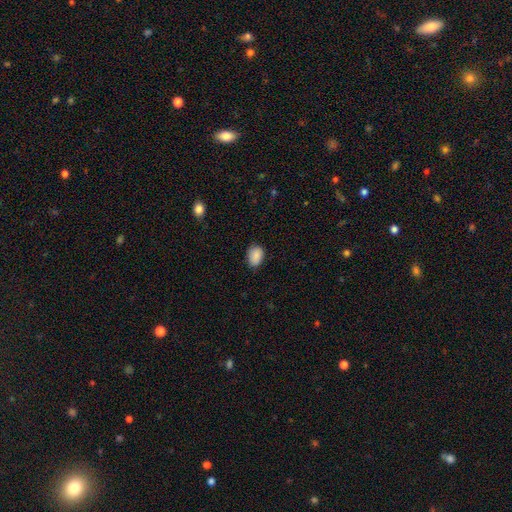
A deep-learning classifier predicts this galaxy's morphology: Q: Smooth or featured?
A: smooth (89%); runner-up: star or artifact (7%)
Q: How rounded?
A: in between (78%); runner-up: round (21%)
Q: Merging?
A: none (80%); runner-up: minor disturbance (16%)